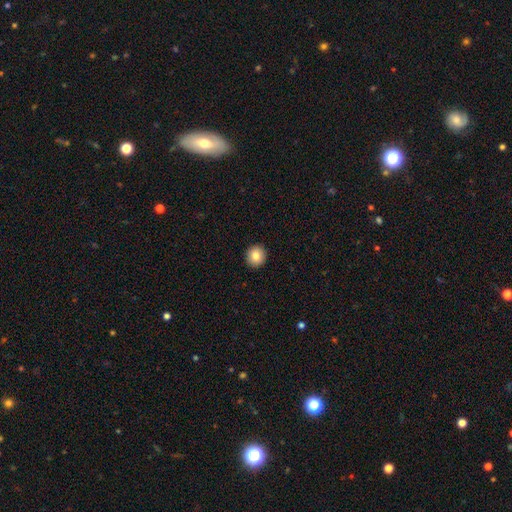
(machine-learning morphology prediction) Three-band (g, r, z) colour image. It shows a smooth galaxy with no disk features (84%) that is round (92%). Merging: none (93%).